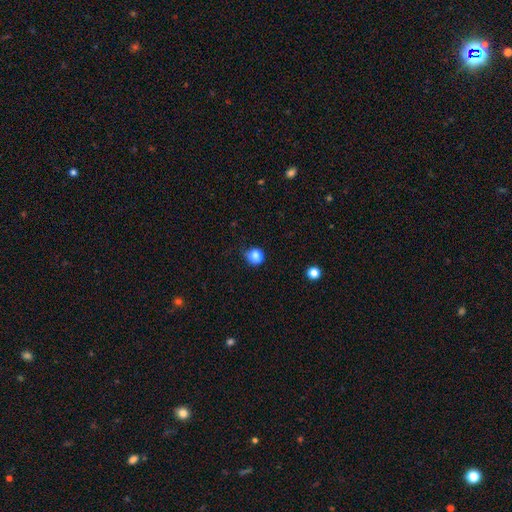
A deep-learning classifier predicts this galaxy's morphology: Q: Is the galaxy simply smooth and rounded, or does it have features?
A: smooth — 84%.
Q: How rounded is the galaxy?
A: round — 89%.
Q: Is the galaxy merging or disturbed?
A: none — 70%.